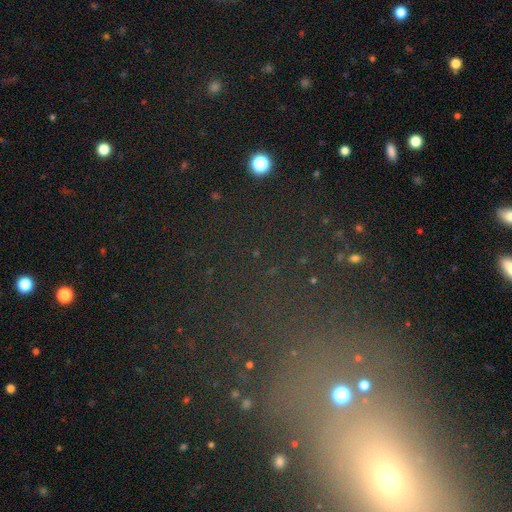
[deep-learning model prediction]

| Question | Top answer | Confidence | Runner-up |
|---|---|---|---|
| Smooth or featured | star or artifact | 60% | smooth (25%) |